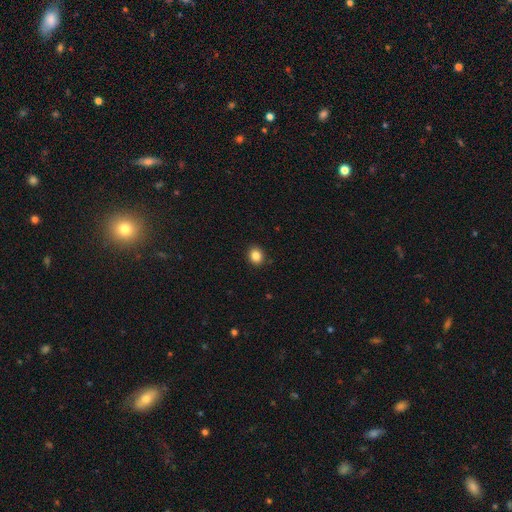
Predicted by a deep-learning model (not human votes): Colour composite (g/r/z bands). It shows a smooth galaxy with no disk features (86%) that is round (68%). Merging: none (90%).